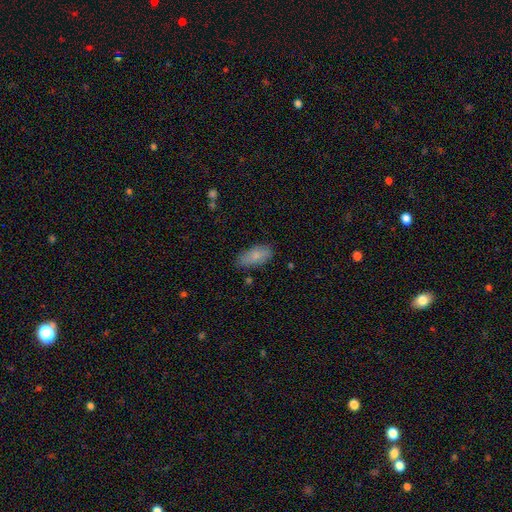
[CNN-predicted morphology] Q: Smooth or featured?
A: smooth (81%); runner-up: featured or disk (12%)
Q: How rounded?
A: in between (87%); runner-up: cigar-shaped (11%)
Q: Merging?
A: none (81%); runner-up: minor disturbance (14%)